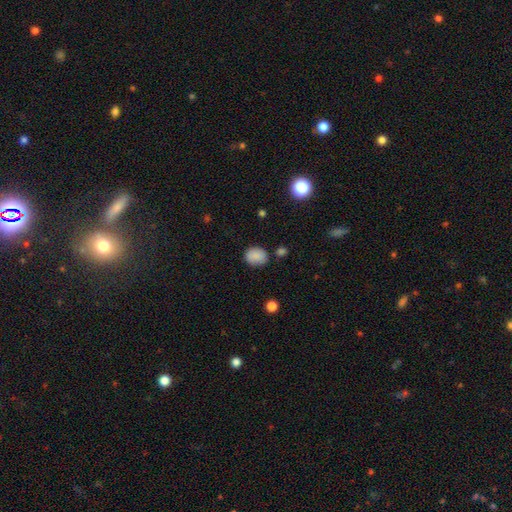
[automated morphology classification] This appears to be a smooth galaxy with no disk features (86%) that is round (51%). Merging: none (76%).